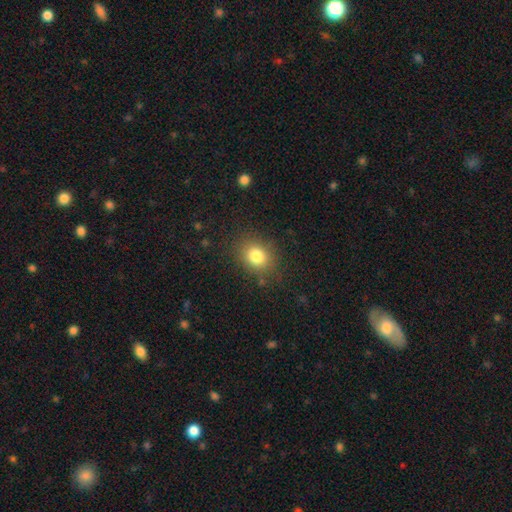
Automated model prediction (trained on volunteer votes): A smooth galaxy with no disk features (81%) that is round (59%).

Vote fractions:
- Smooth or featured? smooth: 81% / star or artifact: 12% / featured or disk: 7%
- How rounded? round: 59% / in between: 40% / cigar-shaped: 1%
- Merging? none: 82% / minor disturbance: 12% / major disturbance: 4% / merger: 2%